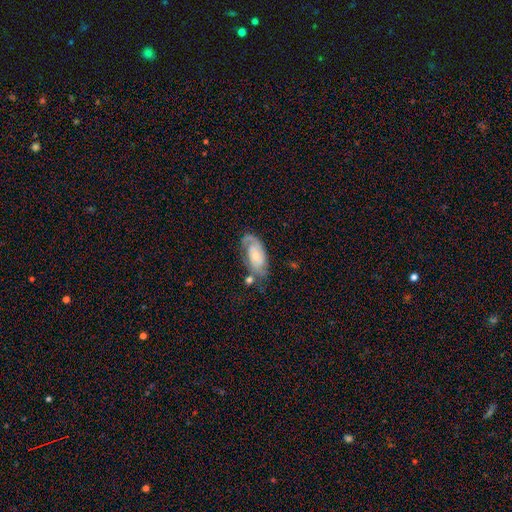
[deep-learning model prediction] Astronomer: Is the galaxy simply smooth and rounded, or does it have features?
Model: featured or disk — 73%.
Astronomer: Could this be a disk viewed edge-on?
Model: no — 95%.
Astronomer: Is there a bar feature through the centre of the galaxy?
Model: no — 68%.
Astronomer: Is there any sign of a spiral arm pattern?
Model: yes — 92%.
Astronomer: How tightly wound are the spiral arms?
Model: tight — 48% (runner-up: medium, 37%).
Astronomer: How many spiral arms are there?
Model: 2 — 54%.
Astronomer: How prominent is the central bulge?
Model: small — 56% (runner-up: moderate, 33%).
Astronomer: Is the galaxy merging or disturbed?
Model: none — 54%.